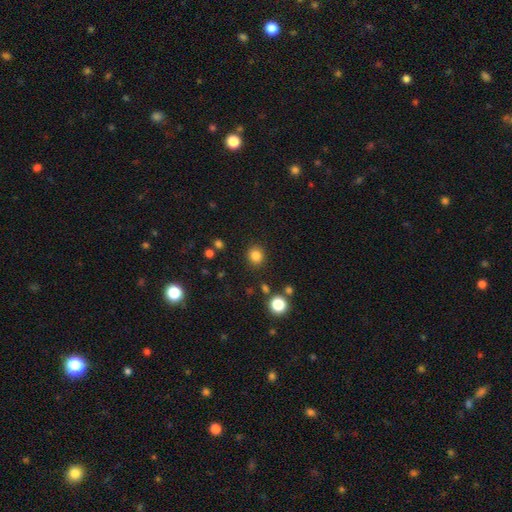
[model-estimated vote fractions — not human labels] Overall: smooth (83%). How rounded: round (88%). Merging: none (89%).